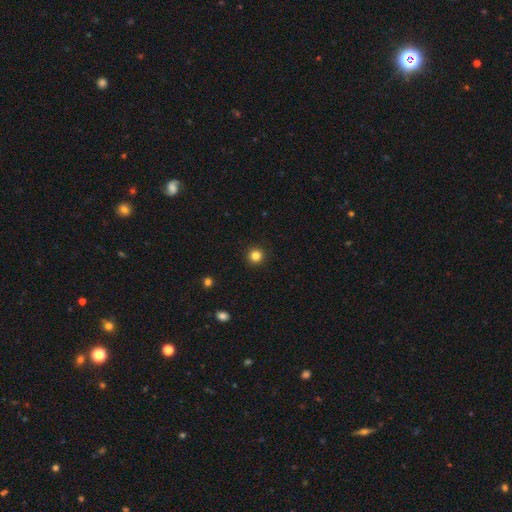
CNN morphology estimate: A smooth galaxy with no disk features (83%) that is round (95%).

Vote fractions:
- Smooth or featured? smooth: 83% / star or artifact: 12% / featured or disk: 4%
- How rounded? round: 95% / in between: 4% / cigar-shaped: 1%
- Merging? none: 93% / minor disturbance: 5% / major disturbance: 2% / merger: 1%